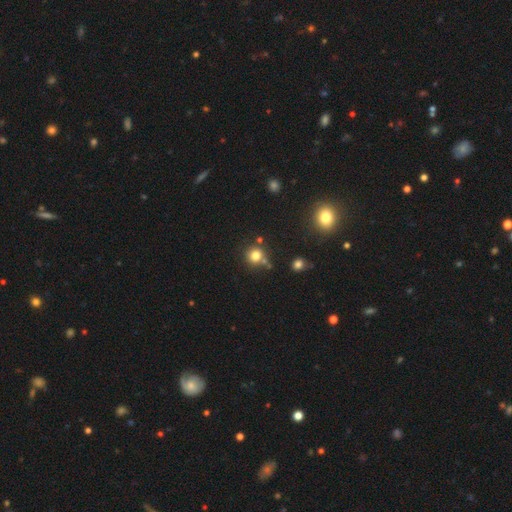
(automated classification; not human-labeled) smooth 78%, star or artifact 15%, featured or disk 7%. Down the decision tree: how rounded — round (89%); merging — none (70%).